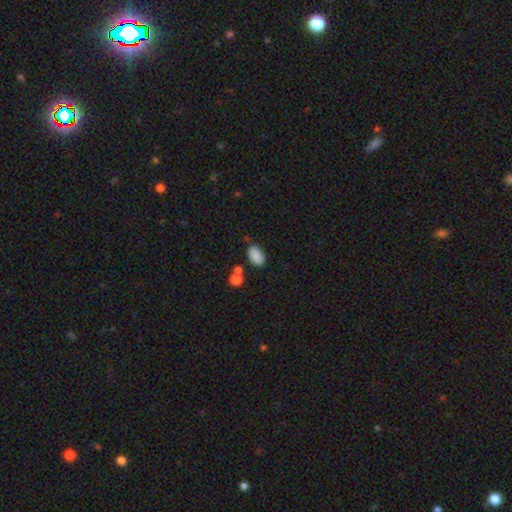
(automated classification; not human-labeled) Smooth or featured? smooth (87%)
How rounded? in between (91%)
Merging? none (76%)